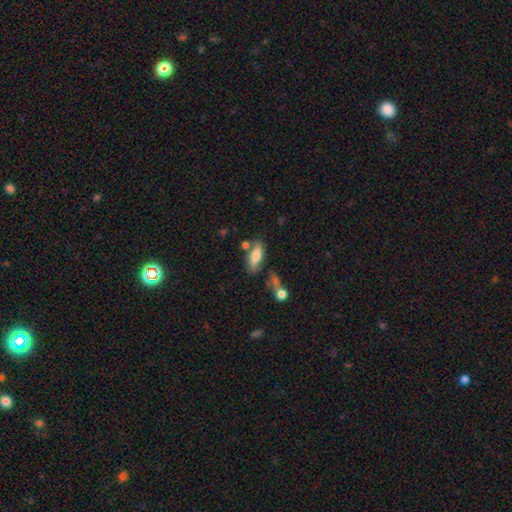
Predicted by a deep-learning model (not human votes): A smooth galaxy with no disk features (66%) that is in between round and cigar-shaped (69%).

Vote fractions:
- Smooth or featured? smooth: 66% / featured or disk: 26% / star or artifact: 8%
- How rounded? in between: 69% / cigar-shaped: 27% / round: 3%
- Merging? none: 62% / minor disturbance: 19% / merger: 13% / major disturbance: 6%